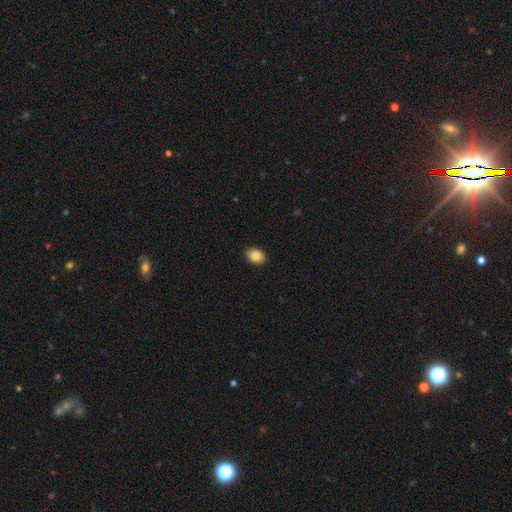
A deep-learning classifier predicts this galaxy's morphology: type=smooth (87%); roundness=in between (75%); merging=none (89%).